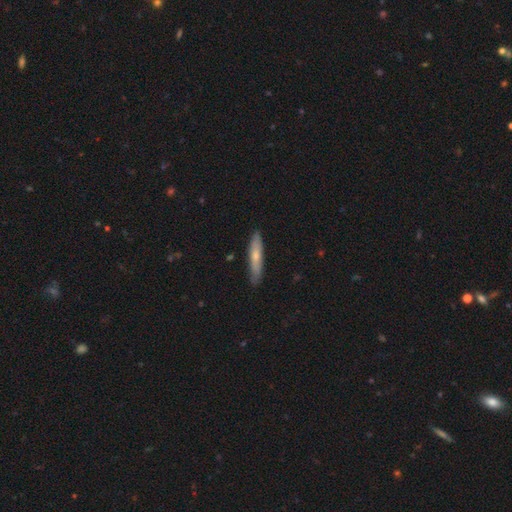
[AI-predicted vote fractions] Smooth or featured? Predicted: smooth (p=0.60). How rounded? Predicted: cigar-shaped (p=0.87). Merging? Predicted: none (p=0.86).